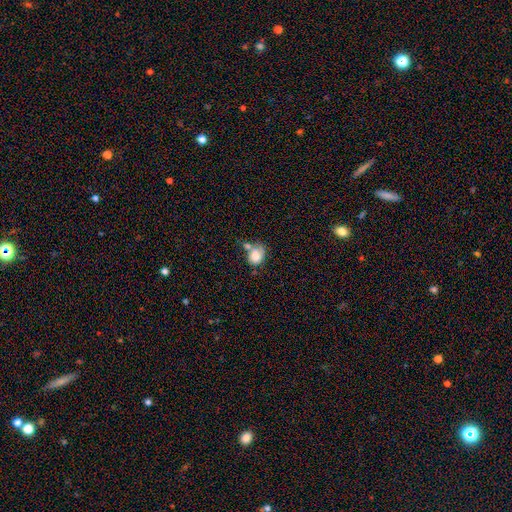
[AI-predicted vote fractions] A smooth galaxy with no disk features (73%) that is in between round and cigar-shaped (58%).

Vote fractions:
- Smooth or featured? smooth: 73% / featured or disk: 19% / star or artifact: 9%
- How rounded? in between: 58% / round: 41% / cigar-shaped: 1%
- Merging? merger: 40% / none: 27% / minor disturbance: 19% / major disturbance: 15%